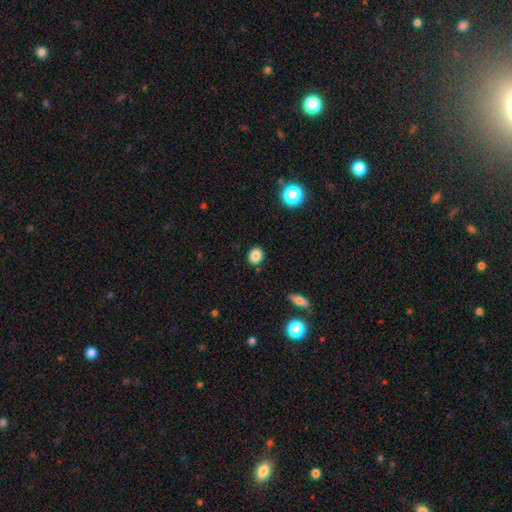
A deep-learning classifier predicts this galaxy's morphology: smooth-or-featured: smooth: 85% | star or artifact: 11% | featured or disk: 5%
  how-rounded: round: 66% | in between: 33% | cigar-shaped: 1%
  merging: none: 89% | minor disturbance: 8% | major disturbance: 2% | merger: 2%